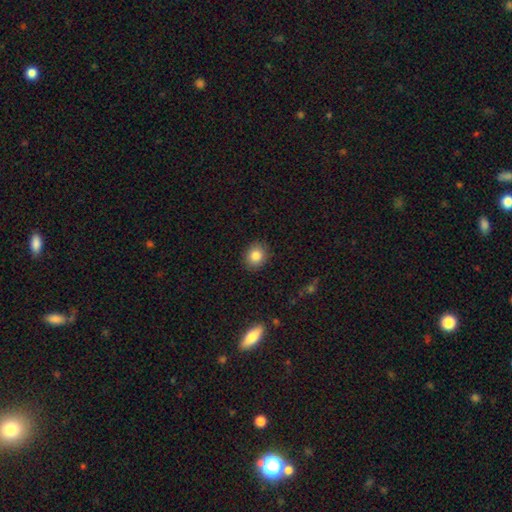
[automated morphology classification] Smooth or featured: smooth — 84% (star or artifact — 10%)
How rounded: round — 67% (in between — 32%)
Merging: none — 89% (minor disturbance — 8%)